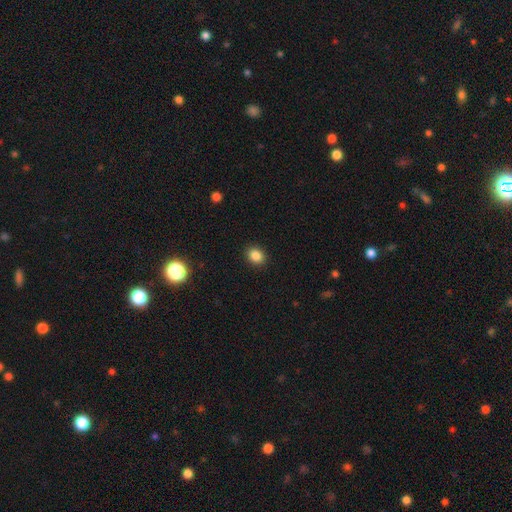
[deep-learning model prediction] Smooth or featured: smooth — 86% (star or artifact — 10%)
How rounded: in between — 50% (round — 49%)
Merging: none — 91% (minor disturbance — 7%)